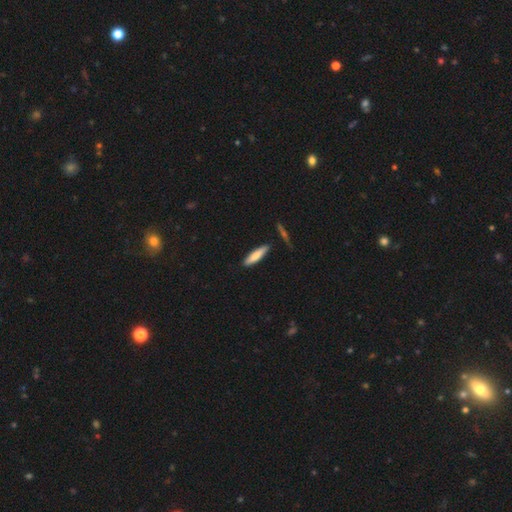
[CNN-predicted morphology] smooth_or_featured: smooth (p=0.78) [alt: featured or disk p=0.17]
how_rounded: cigar-shaped (p=0.76) [alt: in between p=0.23]
merging: none (p=0.84) [alt: minor disturbance p=0.11]